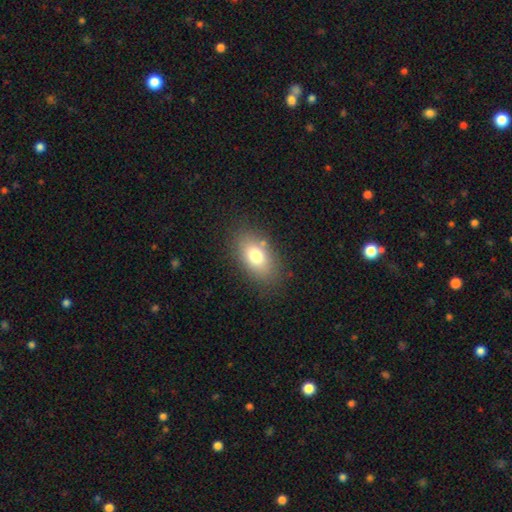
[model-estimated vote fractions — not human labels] This appears to be a smooth galaxy with no disk features (77%) that is in between round and cigar-shaped (89%). Merging: none (81%).